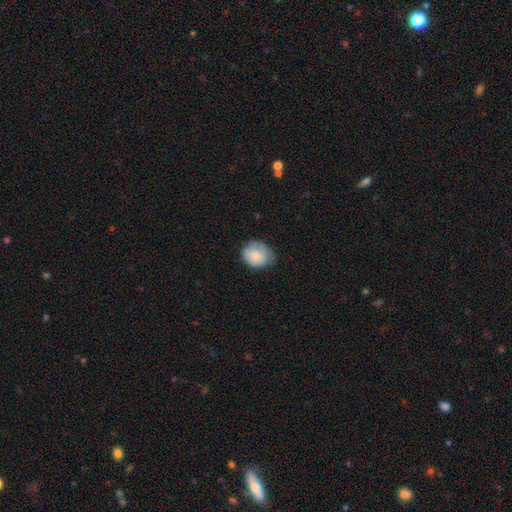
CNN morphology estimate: This is likely a smooth galaxy (77%). How rounded: likely round (63%). Merging: possibly none (55%).